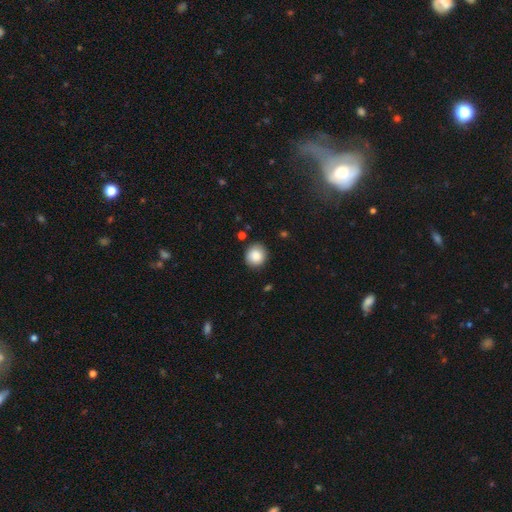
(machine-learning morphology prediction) Smooth or featured? Predicted: smooth (p=0.86). How rounded? Predicted: round (p=0.88). Merging? Predicted: none (p=0.87).